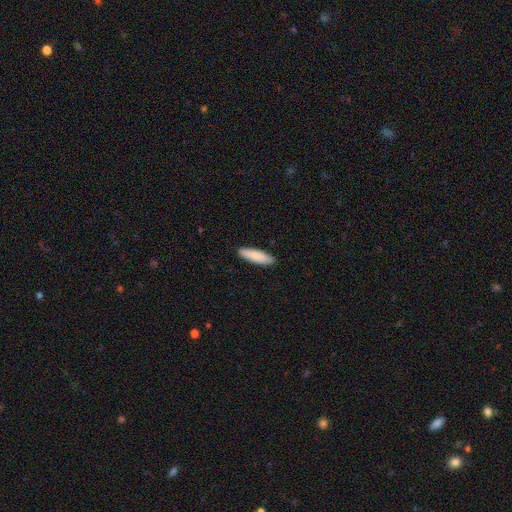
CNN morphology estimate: smooth_or_featured: smooth (p=0.86) [alt: featured or disk p=0.09]
how_rounded: cigar-shaped (p=0.62) [alt: in between p=0.37]
merging: none (p=0.91) [alt: minor disturbance p=0.07]